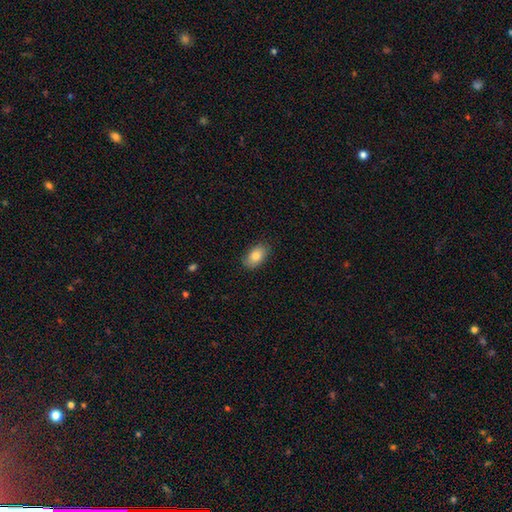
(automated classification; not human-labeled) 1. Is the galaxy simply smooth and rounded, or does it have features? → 83% smooth, 10% featured or disk, 7% star or artifact.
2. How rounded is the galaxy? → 92% in between, 7% round, 2% cigar-shaped.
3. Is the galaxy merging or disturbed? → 85% none, 12% minor disturbance, 2% major disturbance, 1% merger.